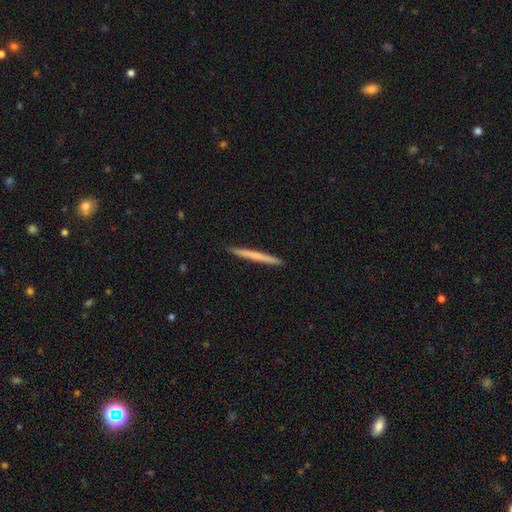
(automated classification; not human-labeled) Smooth or featured: smooth — 60% (featured or disk — 35%)
How rounded: cigar-shaped — 97% (in between — 1%)
Merging: none — 93% (minor disturbance — 5%)